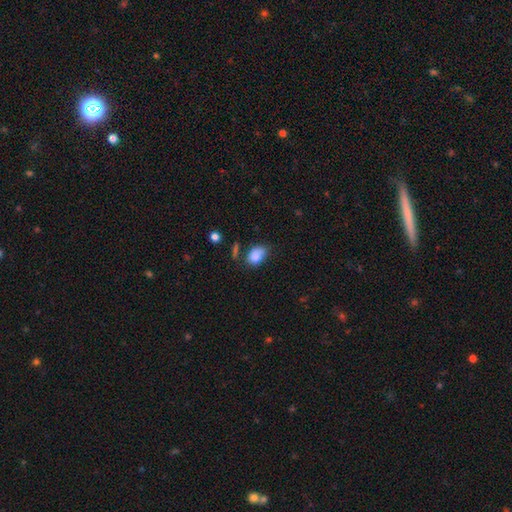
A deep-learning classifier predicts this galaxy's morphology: A smooth galaxy with no disk features (83%) that is in between round and cigar-shaped (80%).

Vote fractions:
- Smooth or featured? smooth: 83% / star or artifact: 9% / featured or disk: 7%
- How rounded? in between: 80% / round: 19% / cigar-shaped: 2%
- Merging? none: 50% / minor disturbance: 30% / major disturbance: 10% / merger: 9%